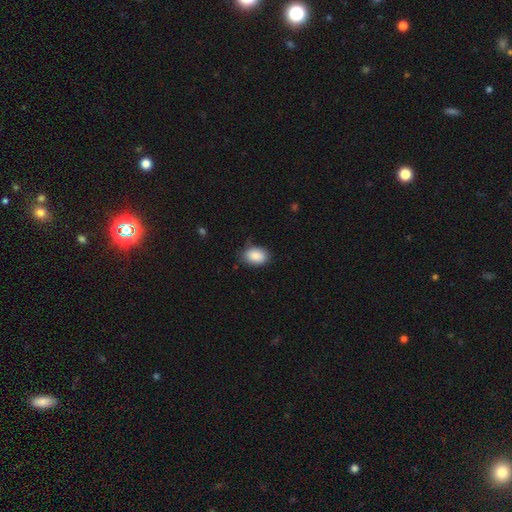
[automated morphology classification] smooth-or-featured: smooth: 89% | star or artifact: 7% | featured or disk: 4%
  how-rounded: in between: 85% | round: 14% | cigar-shaped: 1%
  merging: none: 77% | minor disturbance: 18% | major disturbance: 3% | merger: 1%